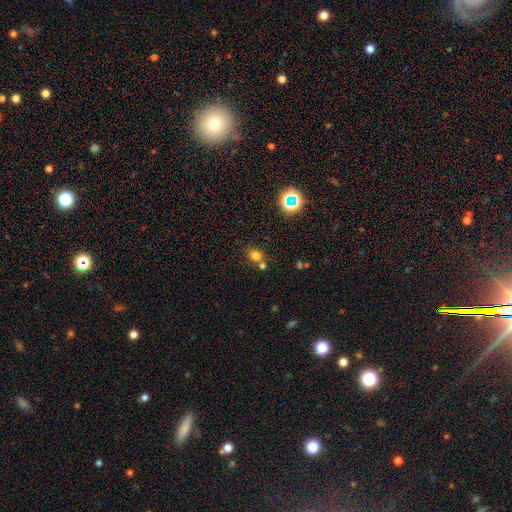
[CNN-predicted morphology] Overall: smooth (73%). How rounded: round (72%). Merging: none (61%; merger 26%).